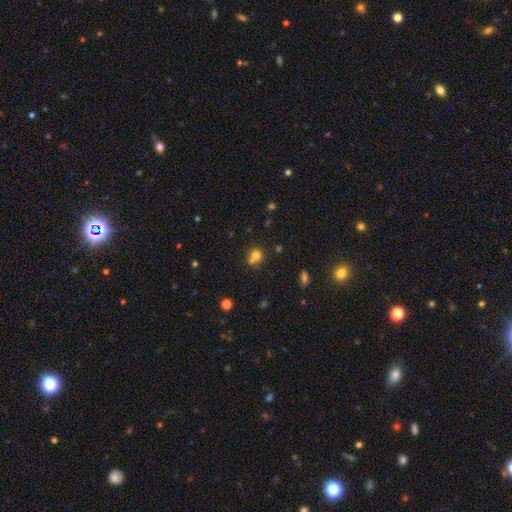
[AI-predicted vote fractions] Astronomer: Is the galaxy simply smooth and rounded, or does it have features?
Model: smooth — 73%.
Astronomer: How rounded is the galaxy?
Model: round — 84%.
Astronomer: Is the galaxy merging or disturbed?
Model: none — 47% (runner-up: merger, 41%).